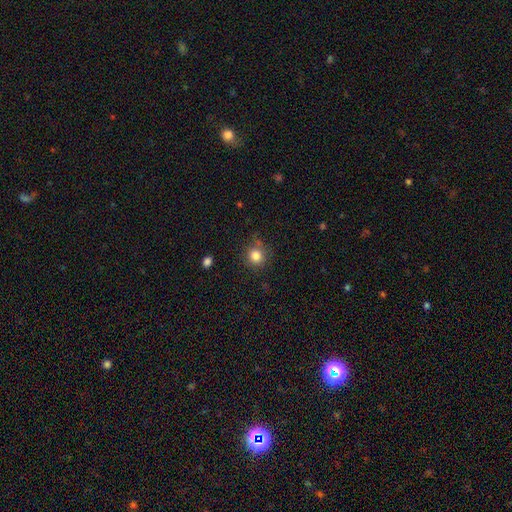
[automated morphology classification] smooth 83%, star or artifact 12%, featured or disk 6%. Down the decision tree: how rounded — round (90%); merging — none (78%).